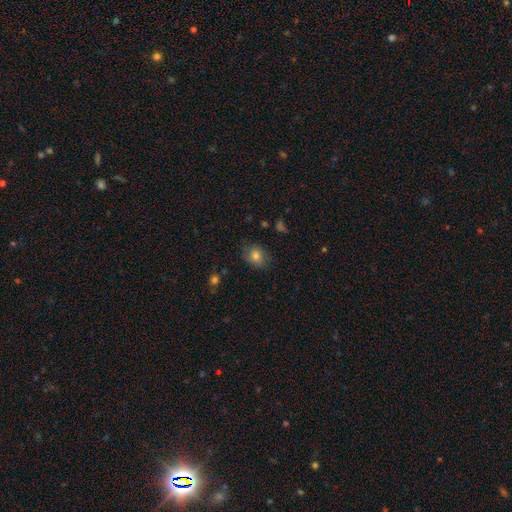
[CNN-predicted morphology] A smooth galaxy with no disk features (70%) that is in between round and cigar-shaped (53%).

Vote fractions:
- Smooth or featured? smooth: 70% / featured or disk: 19% / star or artifact: 10%
- How rounded? in between: 53% / round: 46% / cigar-shaped: 1%
- Merging? none: 72% / minor disturbance: 20% / major disturbance: 7% / merger: 1%